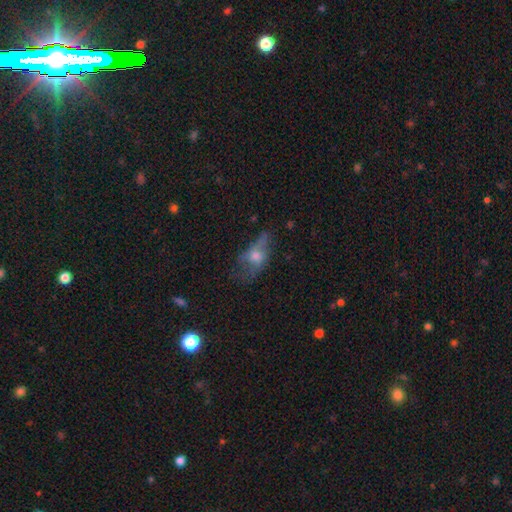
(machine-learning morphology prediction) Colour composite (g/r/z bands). It shows a featured or disk galaxy (44%). Merging: none (39%).